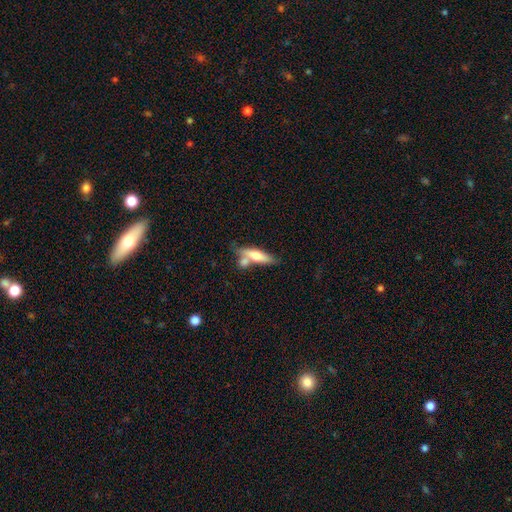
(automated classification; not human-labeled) This appears to be a smooth galaxy with no disk features (58%) that is cigar-shaped (63%). Merging: none (48%).